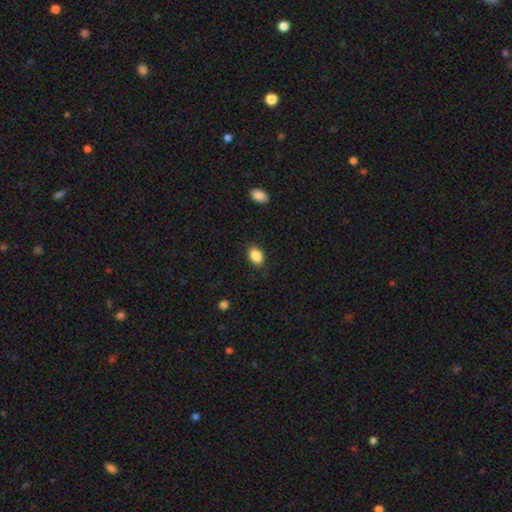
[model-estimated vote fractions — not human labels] smooth_or_featured: smooth (p=0.88) [alt: star or artifact p=0.08]
how_rounded: in between (p=0.84) [alt: round p=0.14]
merging: none (p=0.85) [alt: minor disturbance p=0.11]